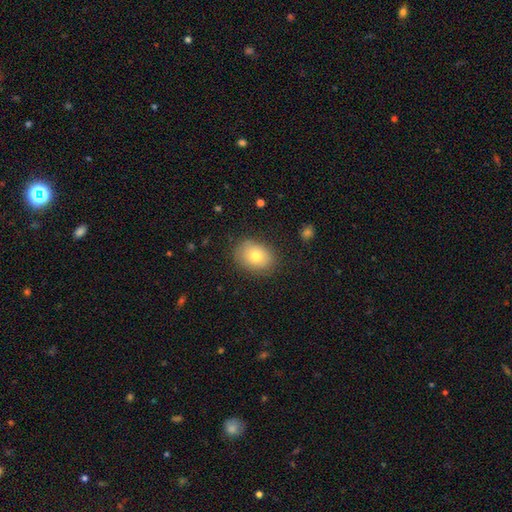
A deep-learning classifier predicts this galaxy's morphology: Overall: smooth (77%). How rounded: in between (68%; round 31%). Merging: none (83%).